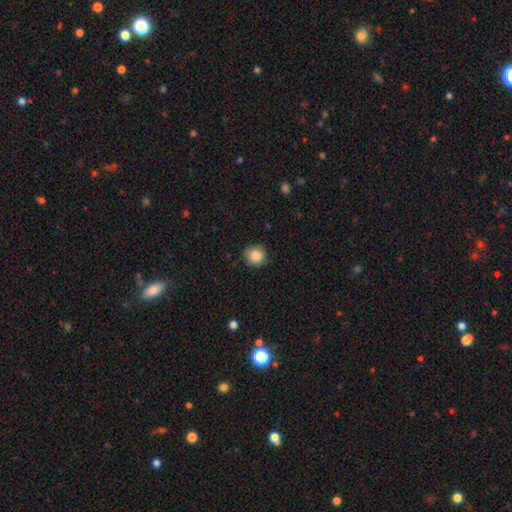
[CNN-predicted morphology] A smooth galaxy with no disk features (87%) that is round (91%). Merging: none (84%).